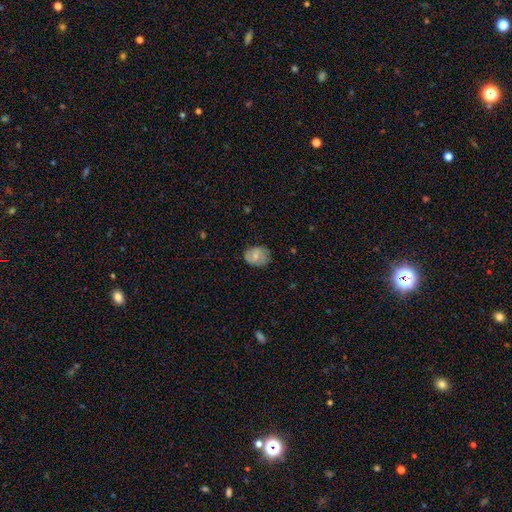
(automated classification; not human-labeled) This is likely a smooth galaxy (61%). How rounded: possibly in between (50%). Merging: likely none (72%).